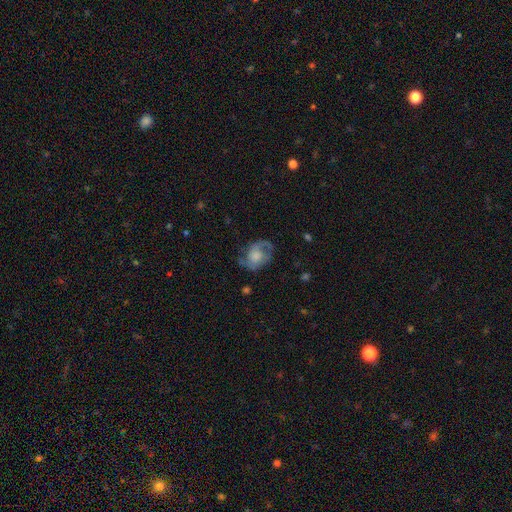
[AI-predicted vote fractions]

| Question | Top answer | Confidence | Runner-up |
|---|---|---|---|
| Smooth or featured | featured or disk | 62% | smooth (30%) |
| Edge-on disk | no | 97% | yes (3%) |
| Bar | no | 75% | weak (21%) |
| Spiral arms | yes | 80% | no (20%) |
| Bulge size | large | 37% | moderate (25%) |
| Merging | none | 58% | minor disturbance (23%) |